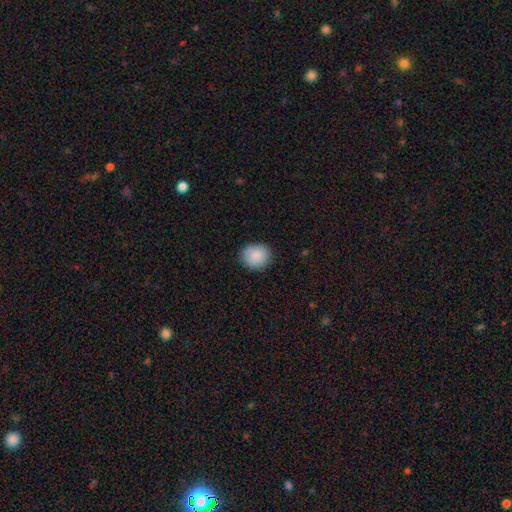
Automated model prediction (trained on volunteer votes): Smooth or featured: smooth — 88% (star or artifact — 7%)
How rounded: round — 79% (in between — 20%)
Merging: none — 89% (minor disturbance — 8%)